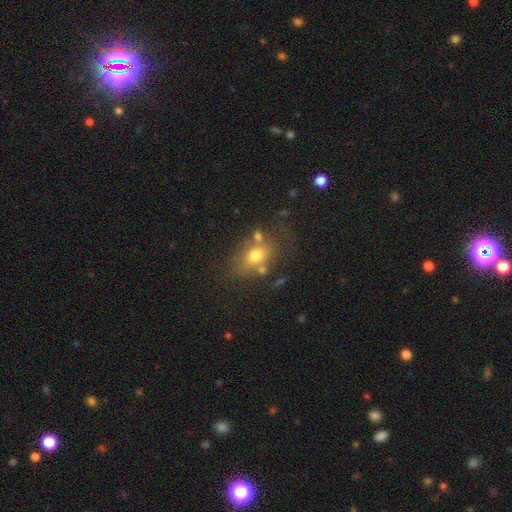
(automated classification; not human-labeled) Morphology: type=smooth (69%); roundness=in between (75%); merging=none (61%).